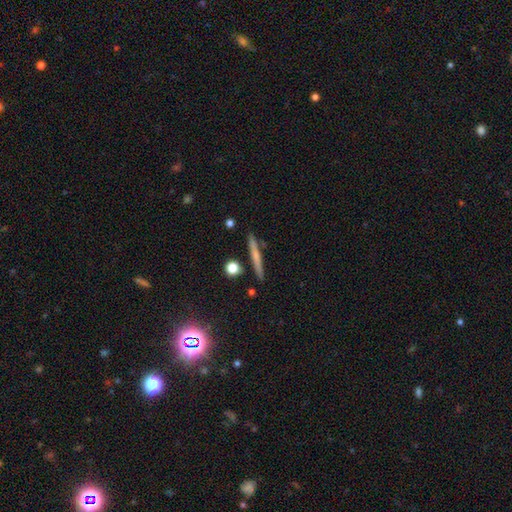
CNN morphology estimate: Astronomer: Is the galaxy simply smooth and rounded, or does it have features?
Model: smooth — 51% (runner-up: featured or disk, 41%).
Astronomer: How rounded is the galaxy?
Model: cigar-shaped — 92%.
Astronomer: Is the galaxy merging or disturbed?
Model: none — 87%.